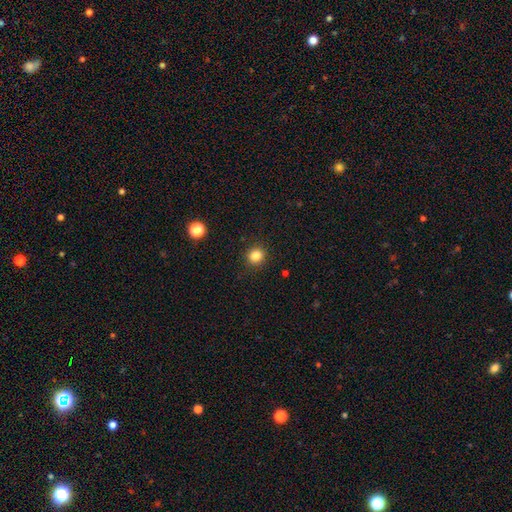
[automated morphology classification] This appears to be a smooth galaxy with no disk features (83%) that is round (83%). Merging: none (90%).